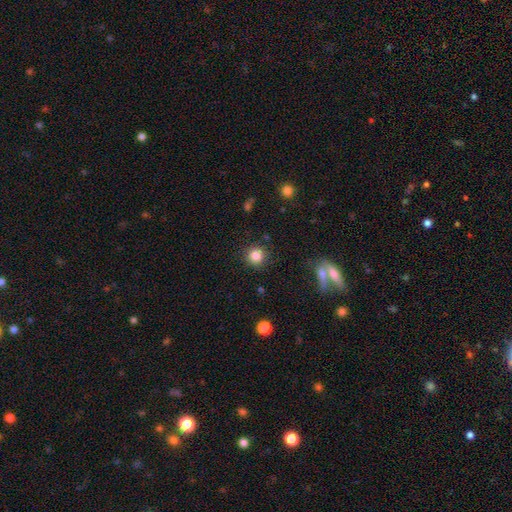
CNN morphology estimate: Overall: smooth (84%). How rounded: round (92%). Merging: none (88%).